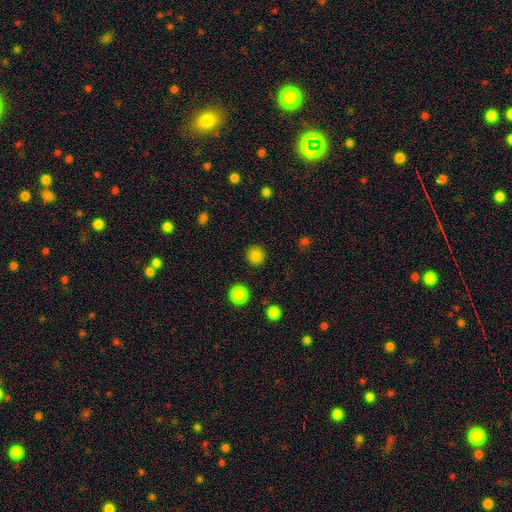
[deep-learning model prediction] This is clearly a smooth galaxy (84%). How rounded: clearly round (93%). Merging: clearly none (91%).